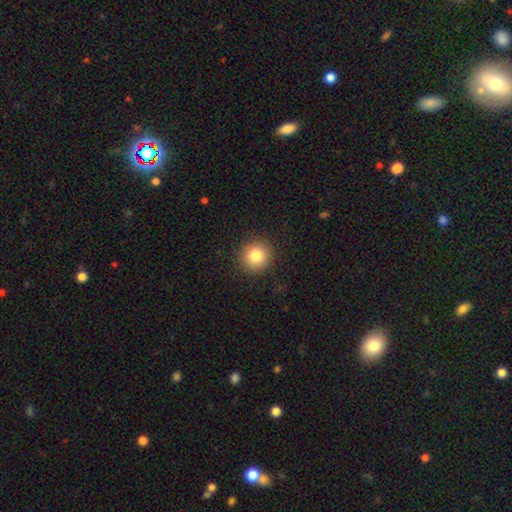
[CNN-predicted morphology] The model was most divided on "smooth or featured": smooth: 83%, star or artifact: 10%, featured or disk: 7%. More confident: how rounded — round (92%); merging — none (91%).